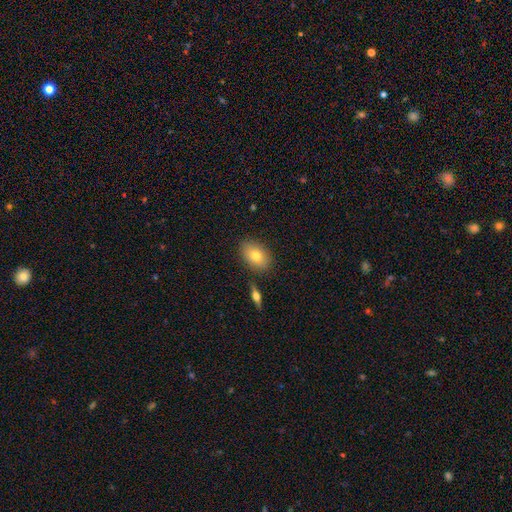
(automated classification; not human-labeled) Smooth or featured? smooth (77%)
How rounded? in between (85%)
Merging? none (84%)